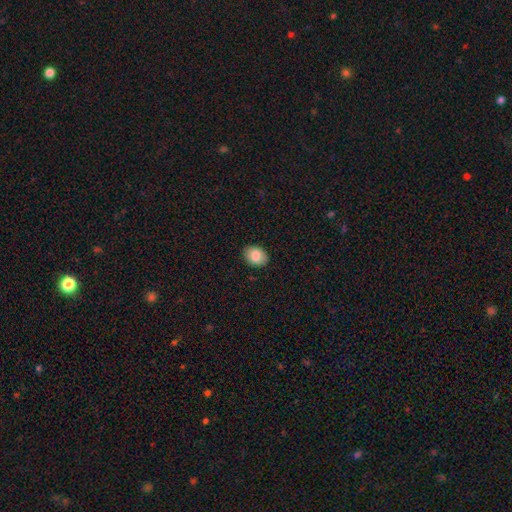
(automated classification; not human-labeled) This appears to be a smooth galaxy with no disk features (83%) that is in between round and cigar-shaped (72%). Merging: none (88%).